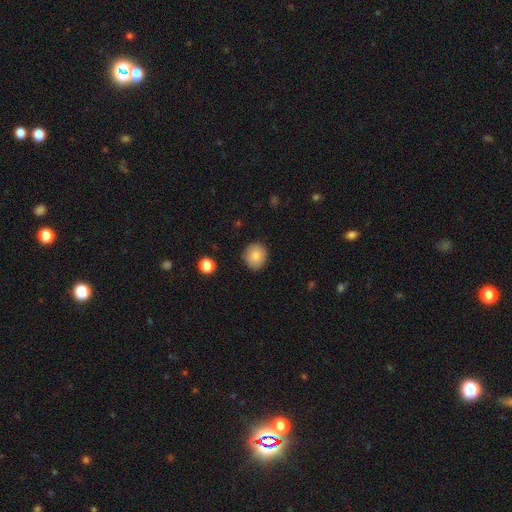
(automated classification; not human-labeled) Smooth or featured: smooth — 85% (star or artifact — 8%)
How rounded: round — 80% (in between — 19%)
Merging: none — 88% (minor disturbance — 9%)